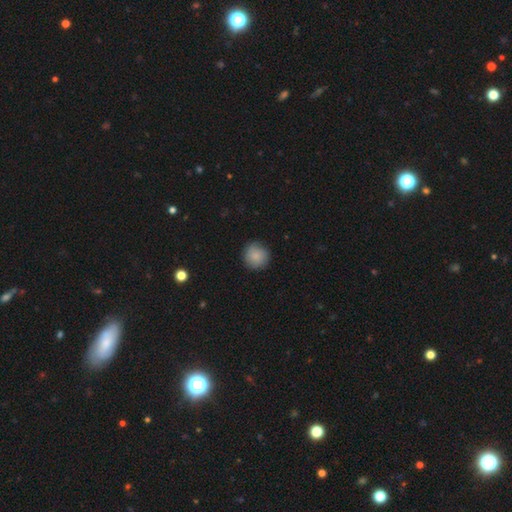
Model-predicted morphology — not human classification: Smooth or featured? Predicted: smooth (p=0.87). How rounded? Predicted: round (p=0.94). Merging? Predicted: none (p=0.85).